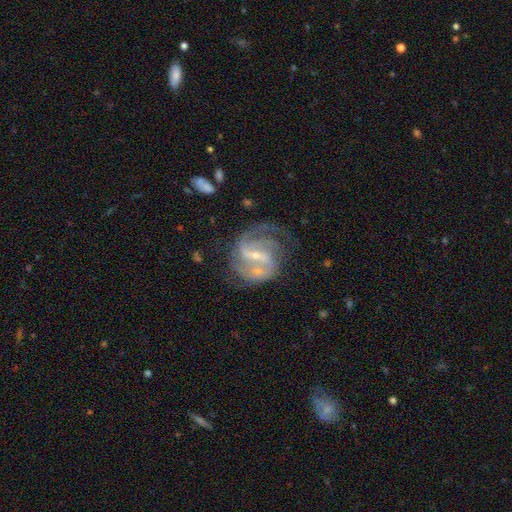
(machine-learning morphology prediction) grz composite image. It shows a featured or disk galaxy (88%) with a strong bar (51%), 2 (61%) medium (50%) spiral arms (96%) and a small central bulge (68%). Merging: none (60%).